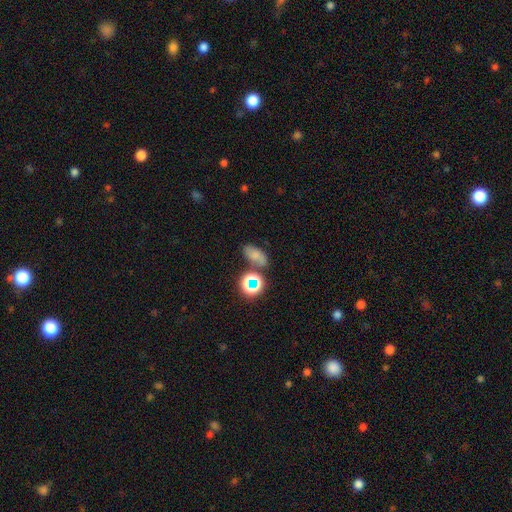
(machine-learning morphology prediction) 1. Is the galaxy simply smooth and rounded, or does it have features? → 60% smooth, 22% star or artifact, 18% featured or disk.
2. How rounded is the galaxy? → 79% in between, 16% round, 6% cigar-shaped.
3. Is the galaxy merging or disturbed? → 57% none, 18% minor disturbance, 18% merger, 8% major disturbance.